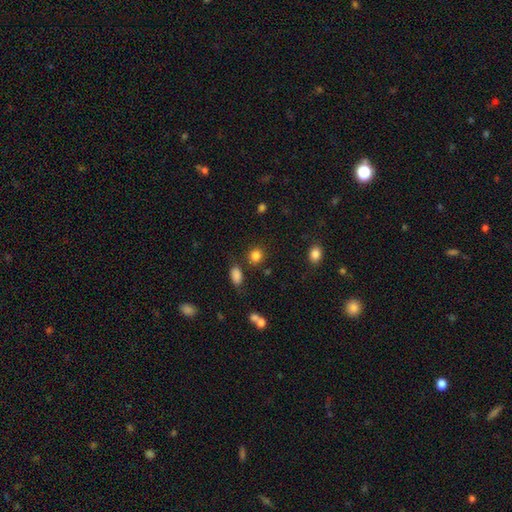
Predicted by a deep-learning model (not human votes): smooth 83%, star or artifact 12%, featured or disk 5%. Down the decision tree: how rounded — round (76%); merging — none (81%).